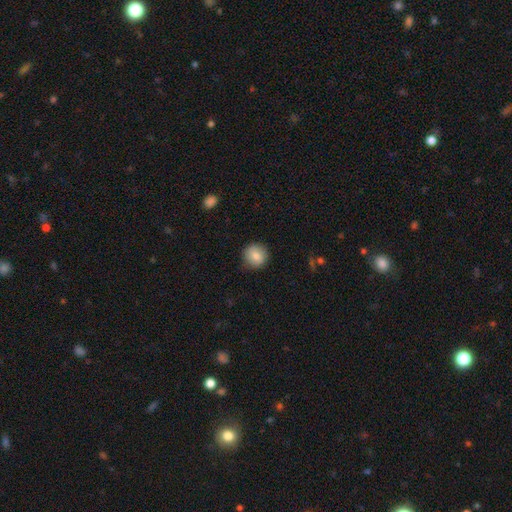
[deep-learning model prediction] A smooth galaxy with no disk features (81%) that is round (91%). Merging: none (87%).